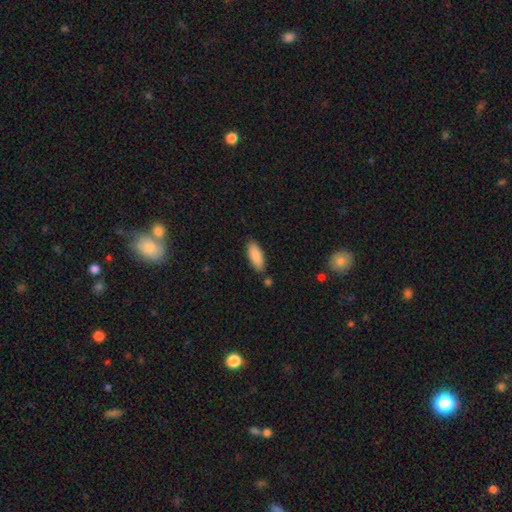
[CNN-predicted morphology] A smooth galaxy with no disk features (87%) that is in between round and cigar-shaped (71%). Merging: none (82%).